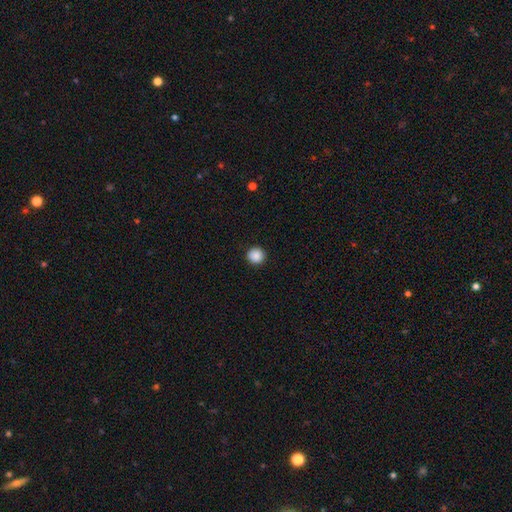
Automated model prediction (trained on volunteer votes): Smooth or featured? Predicted: smooth (p=0.89). How rounded? Predicted: round (p=0.95). Merging? Predicted: none (p=0.93).